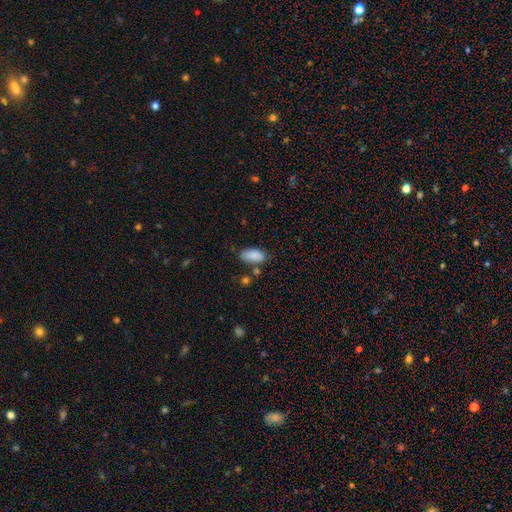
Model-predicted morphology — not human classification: type=smooth (88%); roundness=in between (92%); merging=none (71%).